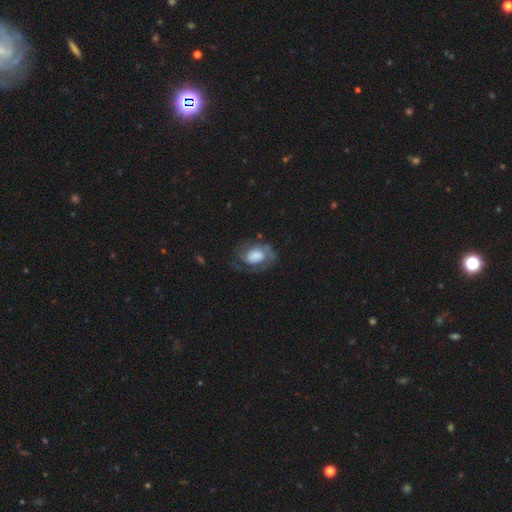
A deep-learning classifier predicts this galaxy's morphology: The model was most divided on "spiral winding": tight: 43%, medium: 40%, loose: 17%. Remaining: edge-on disk — no (97%); spiral arms — yes (87%); smooth or featured — featured or disk (70%); spiral arm count — 2 (65%); bar — no (63%); merging — none (60%); bulge size — large (48%).